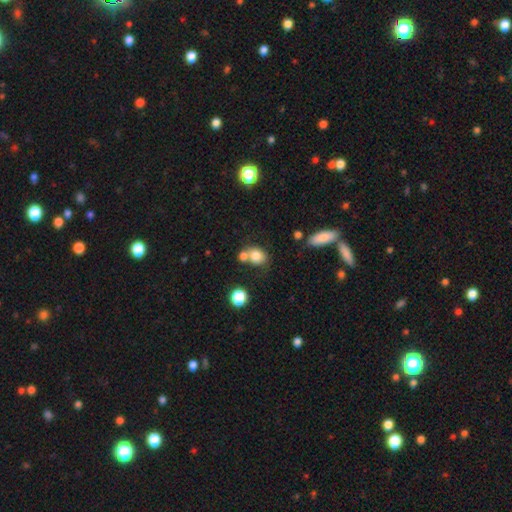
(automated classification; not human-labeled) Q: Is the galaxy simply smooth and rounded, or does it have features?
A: smooth — 77%.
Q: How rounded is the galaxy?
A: round — 53%.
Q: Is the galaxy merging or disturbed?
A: none — 43%.